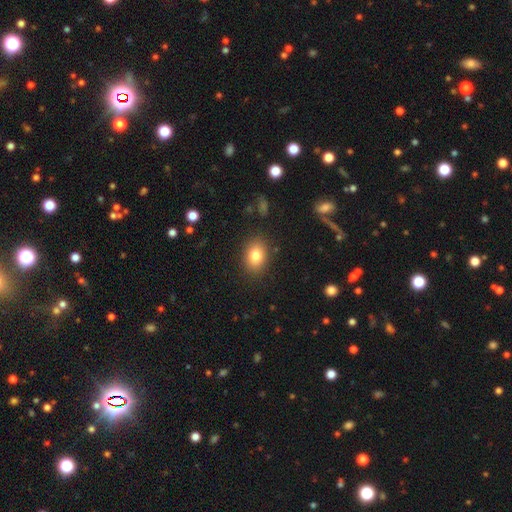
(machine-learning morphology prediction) Smooth or featured: smooth — 81% (star or artifact — 10%)
How rounded: in between — 71% (round — 28%)
Merging: none — 86% (minor disturbance — 10%)